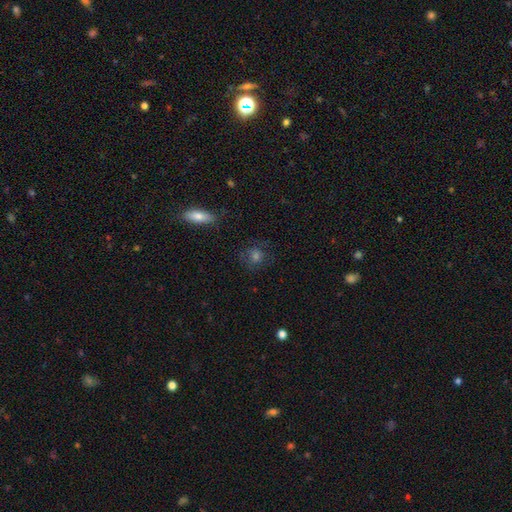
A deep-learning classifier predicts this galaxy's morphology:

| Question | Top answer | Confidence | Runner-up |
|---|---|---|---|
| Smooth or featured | smooth | 50% | featured or disk (28%) |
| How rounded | round | 73% | in between (24%) |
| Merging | none | 76% | minor disturbance (15%) |